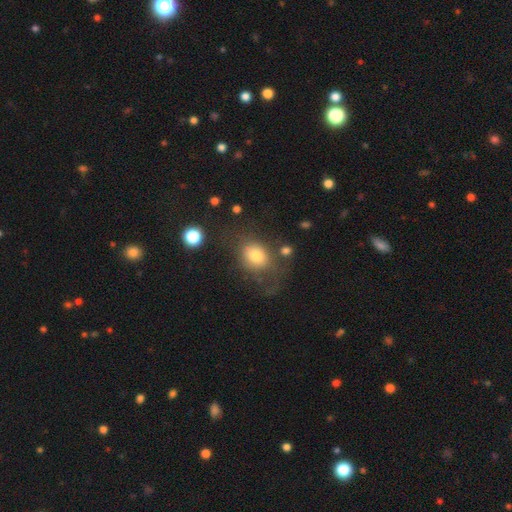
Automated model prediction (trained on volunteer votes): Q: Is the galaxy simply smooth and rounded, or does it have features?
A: smooth — 73%.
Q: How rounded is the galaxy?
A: in between — 56%.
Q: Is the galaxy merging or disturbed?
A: none — 49%.